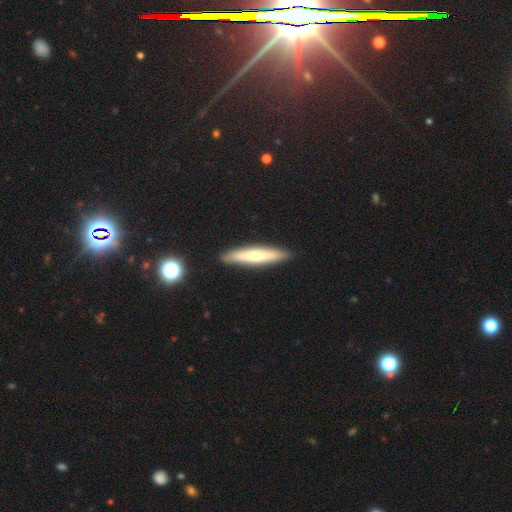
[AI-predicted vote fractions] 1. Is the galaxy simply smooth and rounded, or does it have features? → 59% smooth, 36% featured or disk, 6% star or artifact.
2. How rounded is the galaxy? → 89% cigar-shaped, 10% in between, 1% round.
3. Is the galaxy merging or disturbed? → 90% none, 7% minor disturbance, 2% major disturbance, 1% merger.